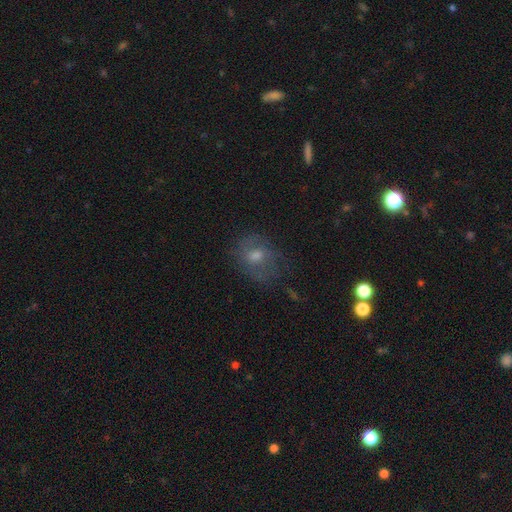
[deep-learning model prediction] Smooth or featured? smooth (45%)
Merging? none (62%)